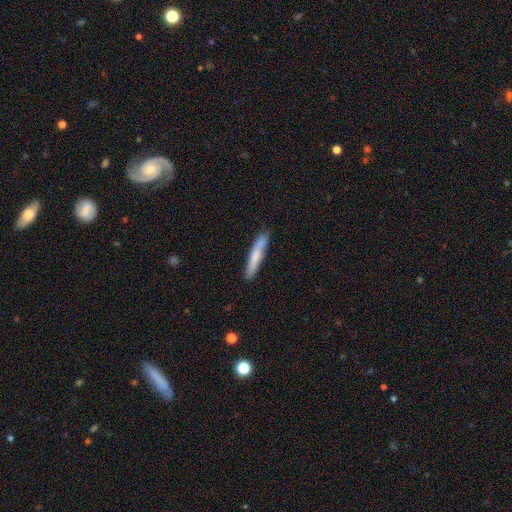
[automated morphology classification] Smooth or featured: smooth — 70% (featured or disk — 24%)
How rounded: cigar-shaped — 94% (in between — 5%)
Merging: none — 82% (minor disturbance — 13%)